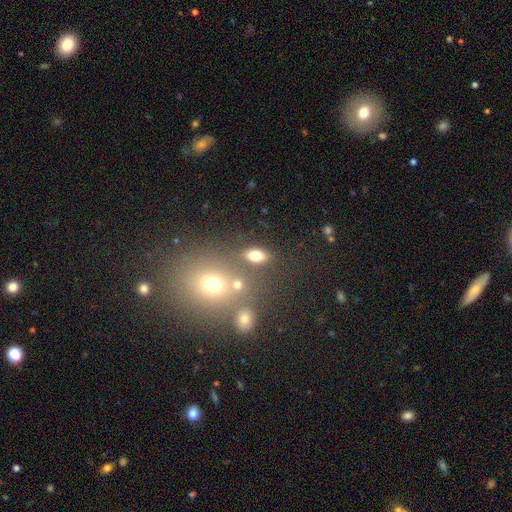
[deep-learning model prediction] Morphology: type=smooth (74%); roundness=in between (80%); merging=none (71%).